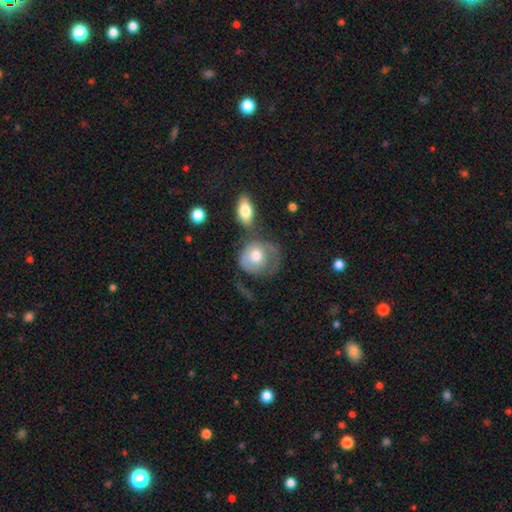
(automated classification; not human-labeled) The model was most divided on "merging": none: 31%, major disturbance: 29%, minor disturbance: 20%, merger: 20%. More confident: how rounded — round (71%); smooth or featured — smooth (56%).